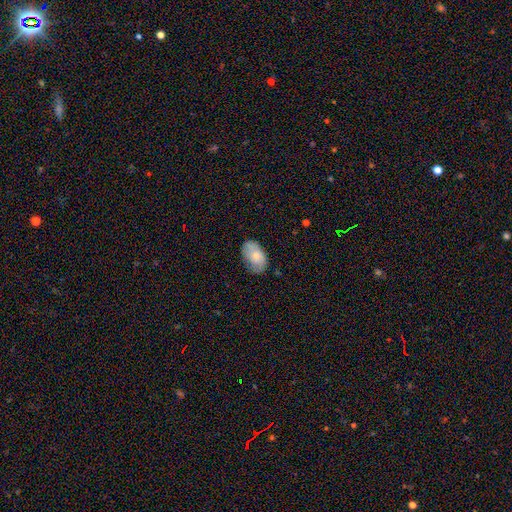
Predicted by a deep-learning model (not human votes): The model was most divided on "merging": none: 67%, minor disturbance: 26%, major disturbance: 6%, merger: 1%. More confident: how rounded — in between (92%); smooth or featured — smooth (73%).